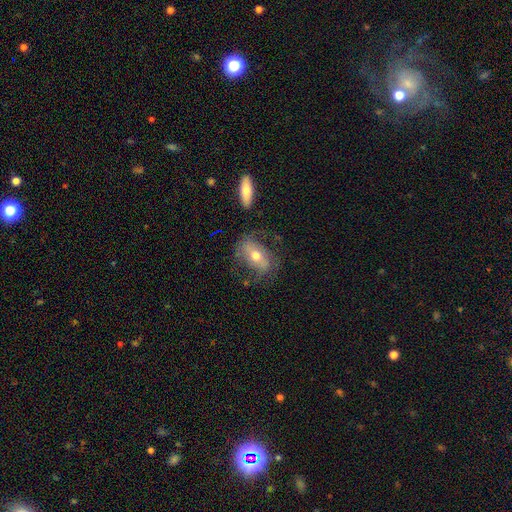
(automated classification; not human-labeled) smooth_or_featured: featured or disk (p=0.54) [alt: smooth p=0.38]
disk_edge_on: no (p=0.86) [alt: yes p=0.14]
merging: none (p=0.61) [alt: minor disturbance p=0.21]